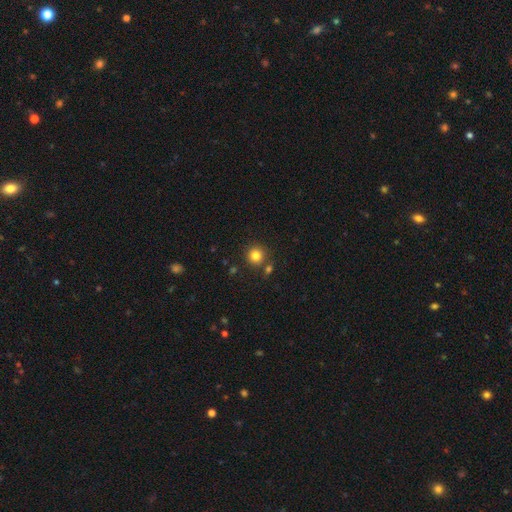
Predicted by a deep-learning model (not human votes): smooth-or-featured: smooth: 82% | star or artifact: 12% | featured or disk: 6%
  how-rounded: round: 93% | in between: 6% | cigar-shaped: 1%
  merging: none: 79% | merger: 10% | minor disturbance: 8% | major disturbance: 3%